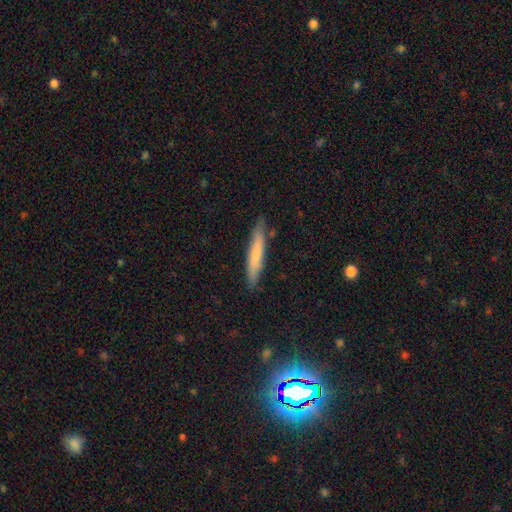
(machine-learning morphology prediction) Overall: smooth (69%). How rounded: cigar-shaped (93%). Merging: none (83%).